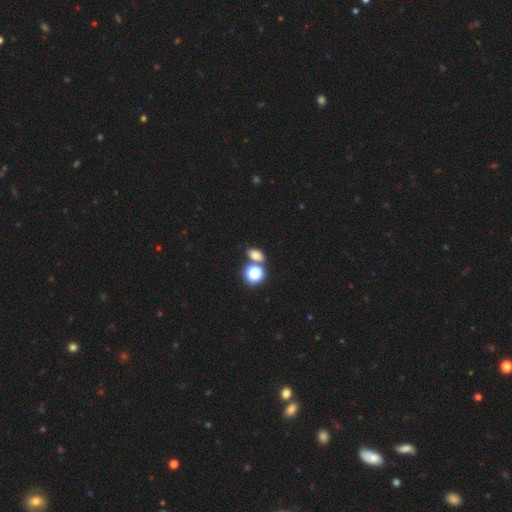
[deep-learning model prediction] Overall: smooth (71%). How rounded: in between (71%). Merging: none (67%).